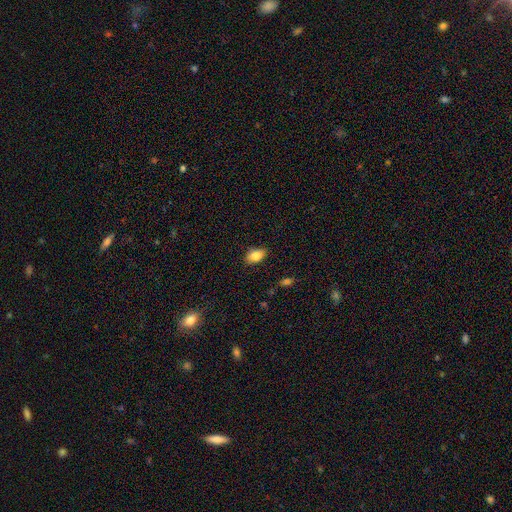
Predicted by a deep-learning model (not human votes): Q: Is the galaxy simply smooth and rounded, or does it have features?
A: smooth — 84%.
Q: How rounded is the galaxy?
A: in between — 86%.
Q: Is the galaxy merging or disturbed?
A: none — 78%.